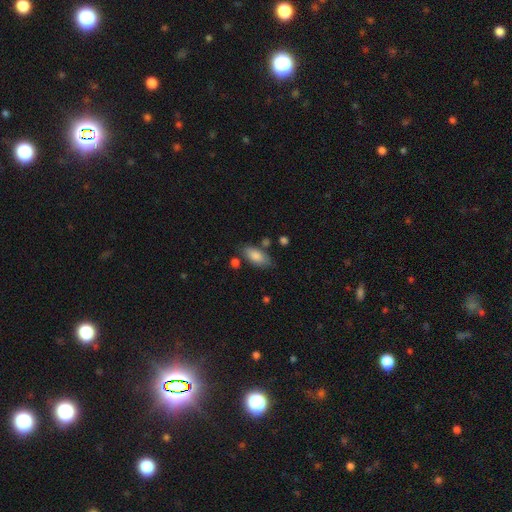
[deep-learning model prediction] Smooth or featured? smooth (84%)
How rounded? in between (89%)
Merging? none (72%)